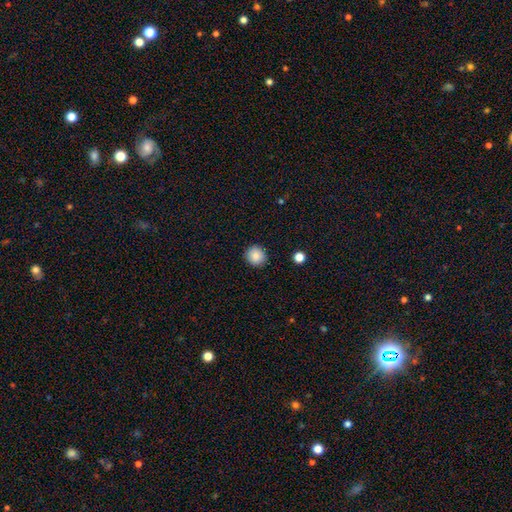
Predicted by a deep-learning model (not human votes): The model was most divided on "smooth or featured": smooth: 87%, star or artifact: 9%, featured or disk: 4%. More confident: how rounded — round (91%); merging — none (91%).